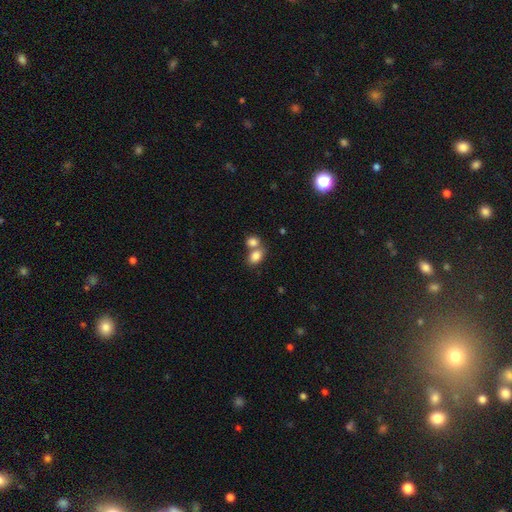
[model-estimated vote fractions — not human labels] Smooth or featured? smooth (82%)
How rounded? in between (73%)
Merging? merger (53%)